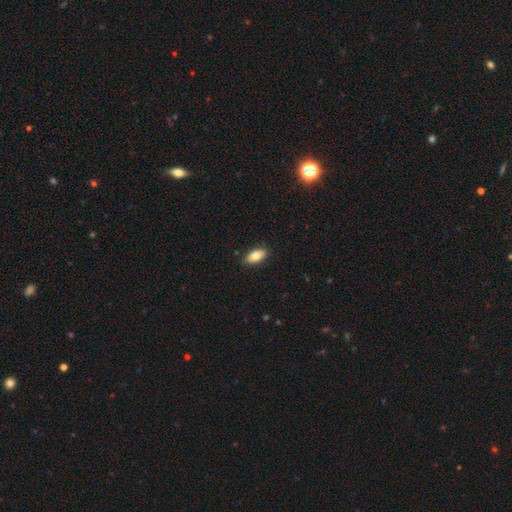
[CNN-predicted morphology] smooth-or-featured: smooth: 79% | featured or disk: 14% | star or artifact: 7%
  how-rounded: in between: 90% | cigar-shaped: 7% | round: 3%
  merging: none: 88% | minor disturbance: 10% | major disturbance: 2% | merger: 1%